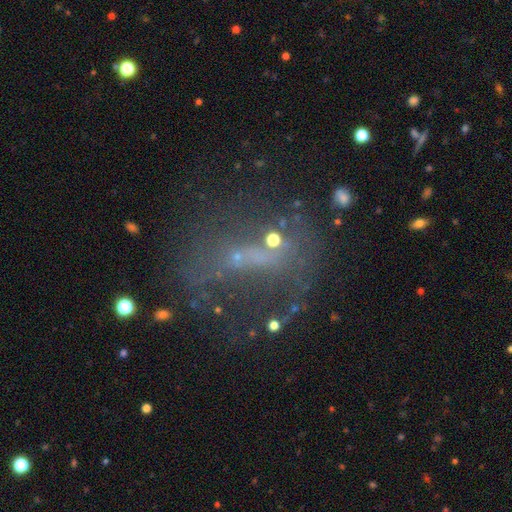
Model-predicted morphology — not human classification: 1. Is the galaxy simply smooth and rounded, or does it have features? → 45% featured or disk, 33% star or artifact, 22% smooth.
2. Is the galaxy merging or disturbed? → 39% none, 31% major disturbance, 16% merger, 15% minor disturbance.